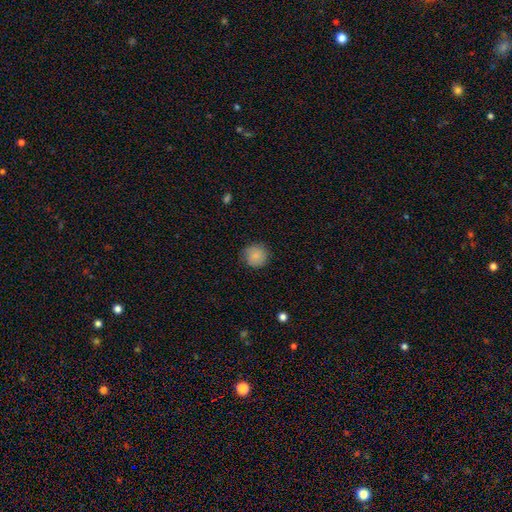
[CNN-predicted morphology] Smooth or featured? Predicted: smooth (p=0.85). How rounded? Predicted: round (p=0.92). Merging? Predicted: none (p=0.83).